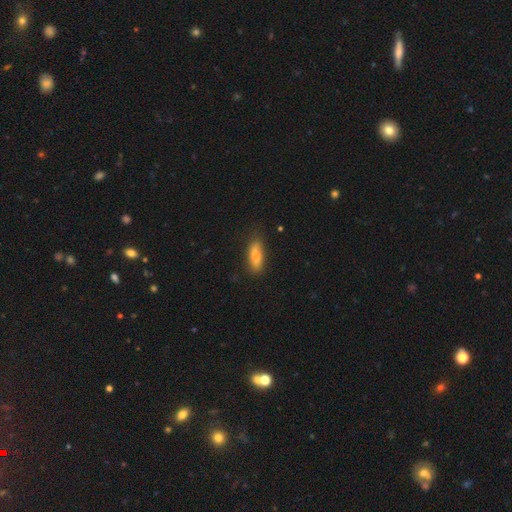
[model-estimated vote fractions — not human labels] The model was most divided on "how rounded": in between: 62%, cigar-shaped: 36%, round: 2%. More confident: smooth or featured — smooth (81%); merging — none (74%).